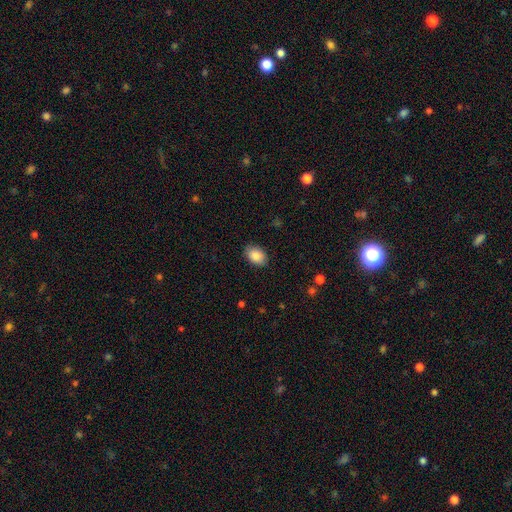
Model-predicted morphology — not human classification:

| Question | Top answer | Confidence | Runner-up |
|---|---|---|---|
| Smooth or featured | smooth | 88% | star or artifact (7%) |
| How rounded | in between | 83% | round (16%) |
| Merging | none | 86% | minor disturbance (11%) |